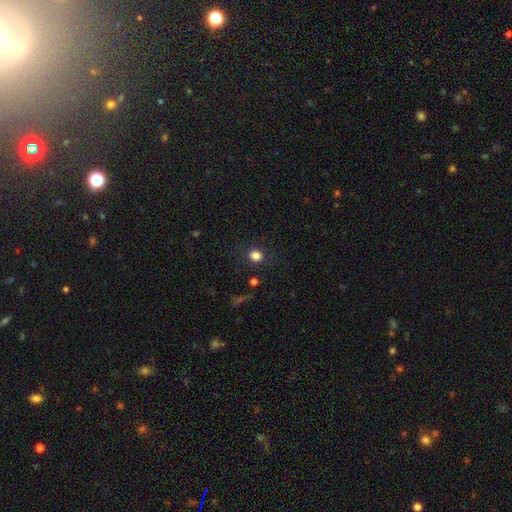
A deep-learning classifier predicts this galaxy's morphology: Smooth or featured? Predicted: smooth (p=0.83). How rounded? Predicted: round (p=0.83). Merging? Predicted: none (p=0.88).